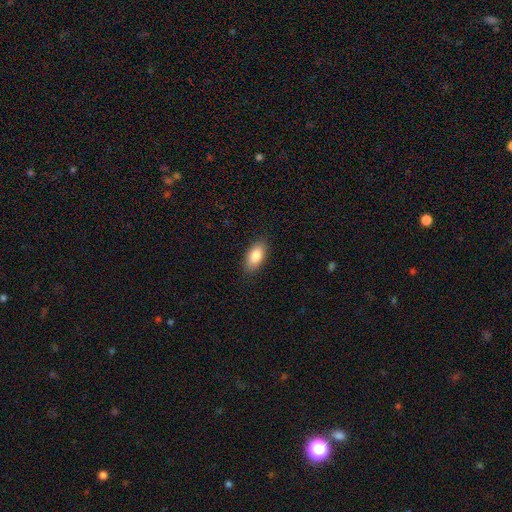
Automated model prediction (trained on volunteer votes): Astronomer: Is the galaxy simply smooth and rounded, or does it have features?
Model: smooth — 85%.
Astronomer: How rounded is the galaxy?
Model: in between — 91%.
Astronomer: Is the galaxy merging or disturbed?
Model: none — 88%.